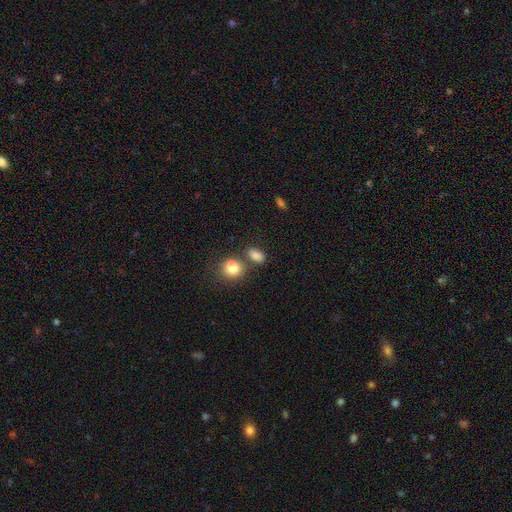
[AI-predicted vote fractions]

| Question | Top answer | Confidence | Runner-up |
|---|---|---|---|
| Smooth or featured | smooth | 83% | star or artifact (11%) |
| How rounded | in between | 77% | round (19%) |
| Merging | none | 58% | merger (24%) |